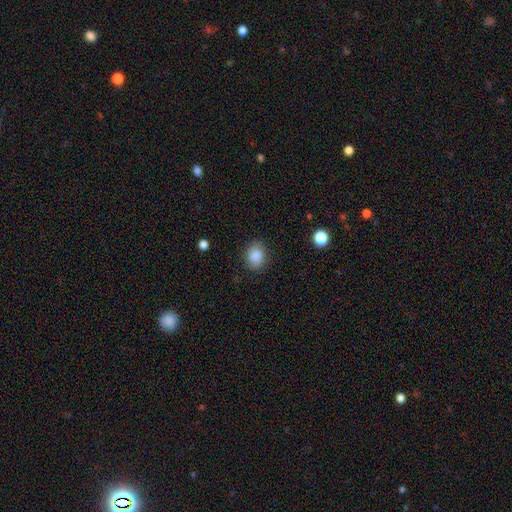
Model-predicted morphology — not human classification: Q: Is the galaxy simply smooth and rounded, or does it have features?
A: smooth — 87%.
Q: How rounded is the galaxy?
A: round — 52%.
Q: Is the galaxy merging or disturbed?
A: none — 85%.